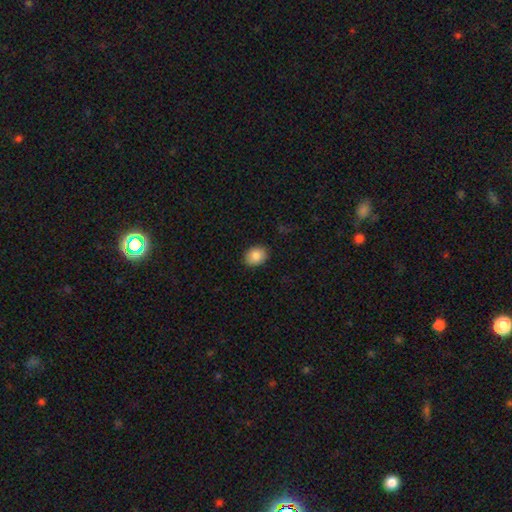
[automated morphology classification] A smooth galaxy with no disk features (86%) that is in between round and cigar-shaped (52%).

Vote fractions:
- Smooth or featured? smooth: 86% / star or artifact: 8% / featured or disk: 5%
- How rounded? in between: 52% / round: 47% / cigar-shaped: 1%
- Merging? none: 89% / minor disturbance: 8% / major disturbance: 2% / merger: 1%